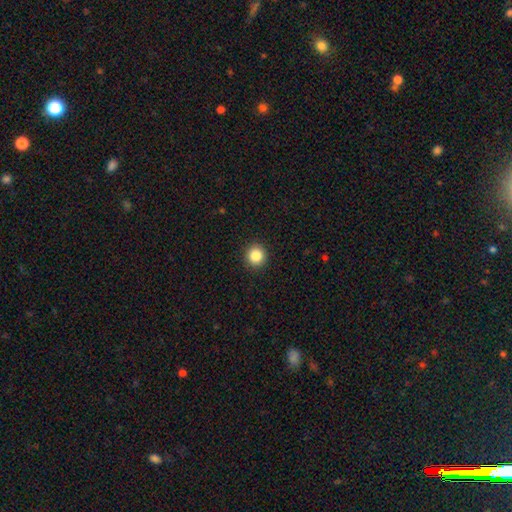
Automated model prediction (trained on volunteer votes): smooth-or-featured: smooth: 85% | star or artifact: 10% | featured or disk: 5%
  how-rounded: round: 93% | in between: 6% | cigar-shaped: 1%
  merging: none: 92% | minor disturbance: 5% | major disturbance: 2% | merger: 1%